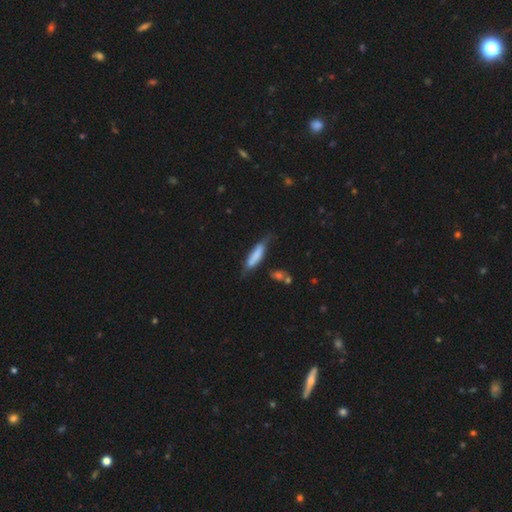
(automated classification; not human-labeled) A smooth galaxy with no disk features (69%) that is cigar-shaped (68%).

Vote fractions:
- Smooth or featured? smooth: 69% / featured or disk: 24% / star or artifact: 7%
- How rounded? cigar-shaped: 68% / in between: 30% / round: 2%
- Merging? none: 47% / minor disturbance: 34% / major disturbance: 13% / merger: 6%